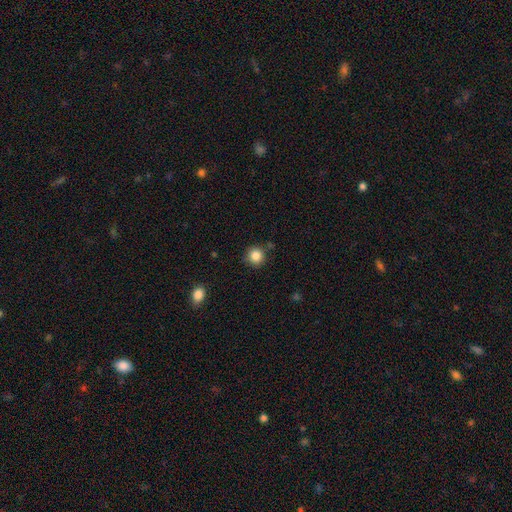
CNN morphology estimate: The model was most divided on "smooth or featured": smooth: 85%, star or artifact: 10%, featured or disk: 5%. More confident: how rounded — round (93%); merging — none (85%).